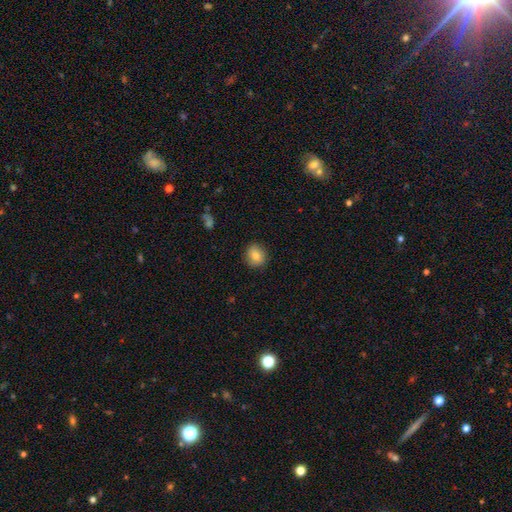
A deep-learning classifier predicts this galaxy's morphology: Smooth or featured? smooth (81%)
How rounded? round (76%)
Merging? none (88%)